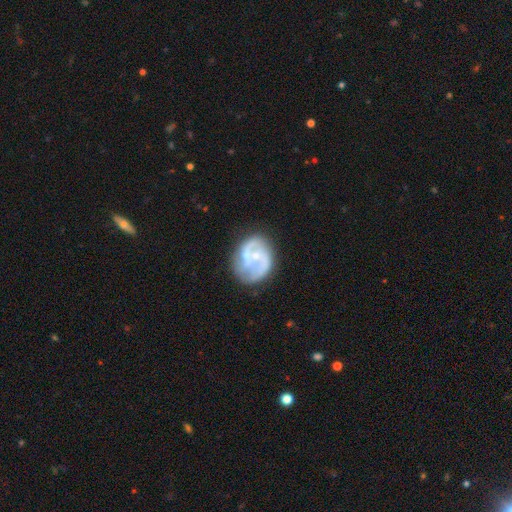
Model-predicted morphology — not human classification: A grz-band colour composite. It shows a featured or disk galaxy (75%) with no bar (55%), 2 (65%) medium (45%) spiral arms (82%) and a small central bulge (64%). Merging: none (58%).